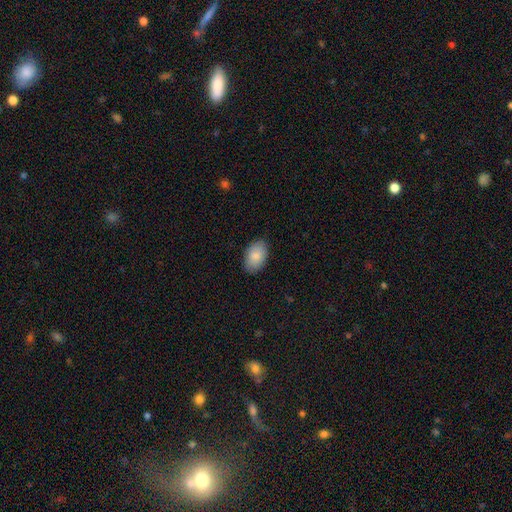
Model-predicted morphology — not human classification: Smooth or featured: smooth — 86% (featured or disk — 8%)
How rounded: in between — 92% (round — 7%)
Merging: none — 87% (minor disturbance — 10%)